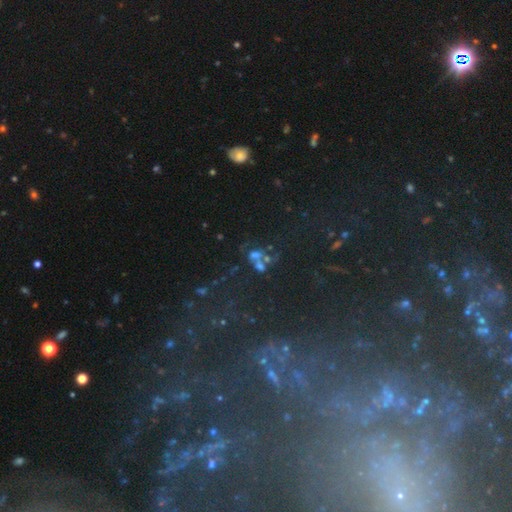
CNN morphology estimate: smooth_or_featured: star or artifact (p=0.38) [alt: smooth p=0.34]